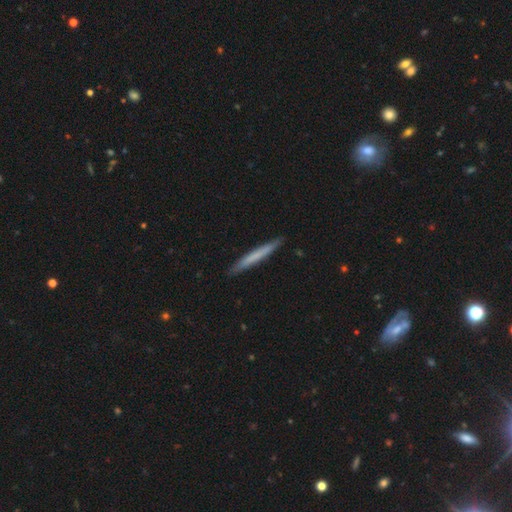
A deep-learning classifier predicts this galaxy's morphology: Q: Smooth or featured?
A: smooth (63%); runner-up: featured or disk (32%)
Q: How rounded?
A: cigar-shaped (97%); runner-up: in between (2%)
Q: Merging?
A: none (90%); runner-up: minor disturbance (7%)